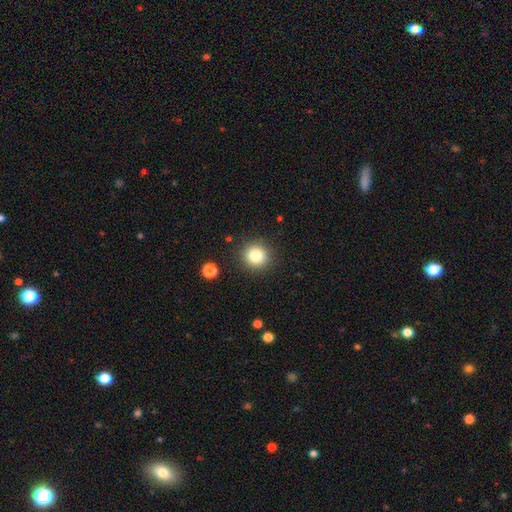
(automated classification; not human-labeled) smooth_or_featured: smooth (p=0.83) [alt: star or artifact p=0.11]
how_rounded: round (p=0.92) [alt: in between p=0.07]
merging: none (p=0.88) [alt: minor disturbance p=0.07]